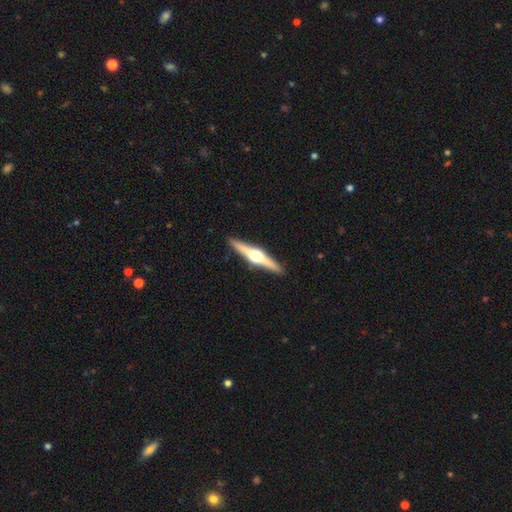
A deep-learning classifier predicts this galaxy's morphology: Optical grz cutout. It shows a featured or disk galaxy (81%) viewed edge-on (98%) with a rounded central bulge (96%). Merging: none (93%).